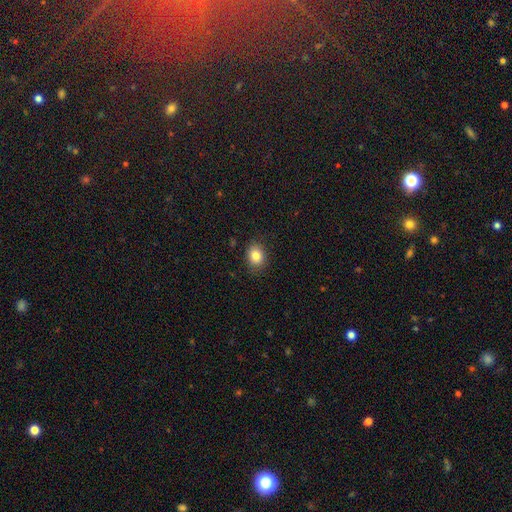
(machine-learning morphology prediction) This appears to be a smooth galaxy with no disk features (83%) that is round (50%). Merging: none (86%).